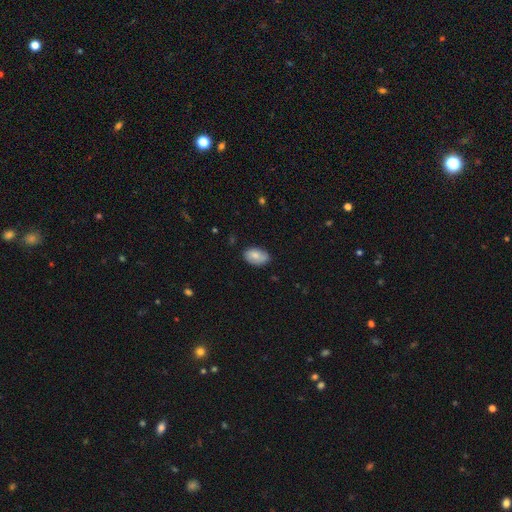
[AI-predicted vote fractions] This appears to be a smooth galaxy with no disk features (77%) that is in between round and cigar-shaped (92%). Merging: none (80%).